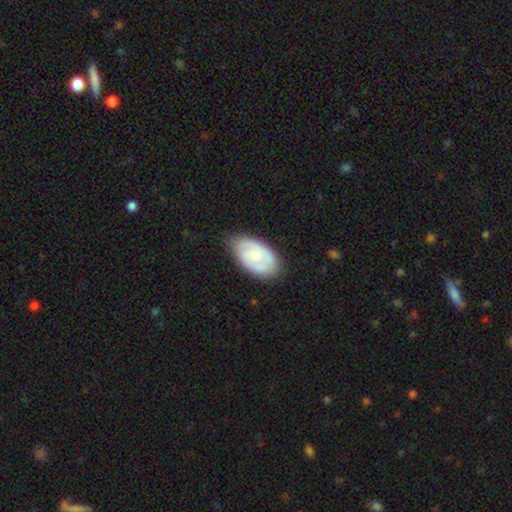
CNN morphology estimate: This appears to be a smooth galaxy with no disk features (50%). Merging: none (66%).